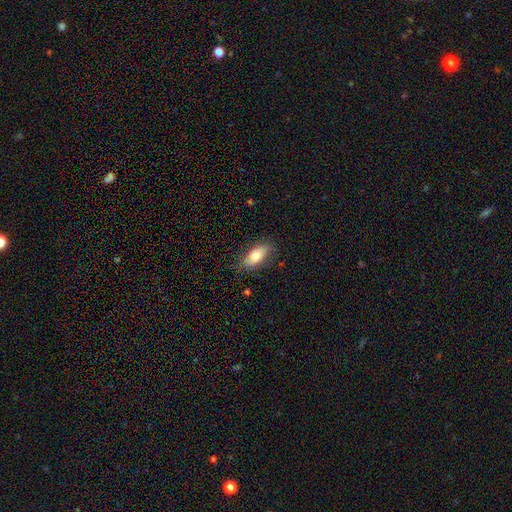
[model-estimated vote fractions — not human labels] This is likely a smooth galaxy (74%). How rounded: clearly in between (84%). Merging: likely none (80%).